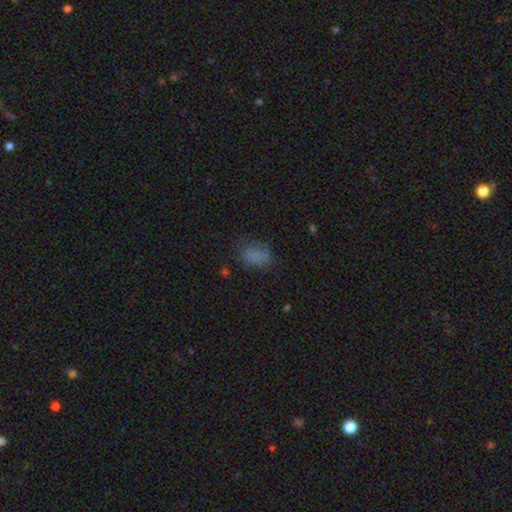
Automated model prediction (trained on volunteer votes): Morphology: type=smooth (75%); roundness=in between (81%); merging=none (59%).